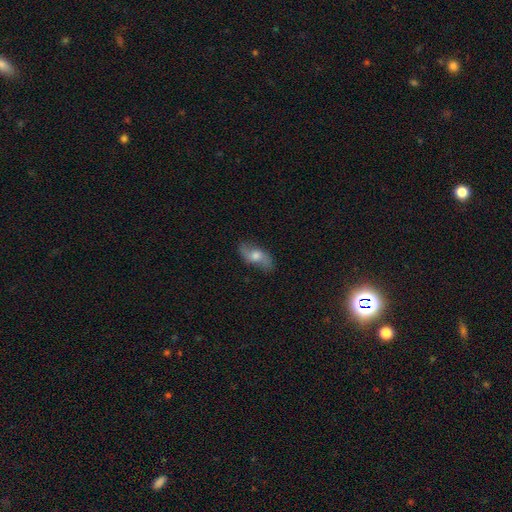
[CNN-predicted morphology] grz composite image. It shows a featured or disk galaxy (58%). Merging: none (79%).